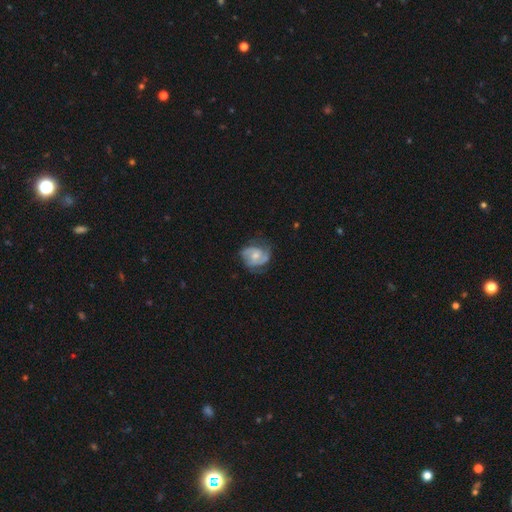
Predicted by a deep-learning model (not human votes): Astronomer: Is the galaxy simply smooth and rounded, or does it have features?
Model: featured or disk — 77%.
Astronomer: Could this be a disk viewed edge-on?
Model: no — 98%.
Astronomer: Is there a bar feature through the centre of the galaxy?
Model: no — 59% (runner-up: weak, 35%).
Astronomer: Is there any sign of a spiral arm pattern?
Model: yes — 93%.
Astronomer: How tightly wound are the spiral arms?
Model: medium — 45% (runner-up: tight, 40%).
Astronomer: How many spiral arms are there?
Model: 2 — 63%.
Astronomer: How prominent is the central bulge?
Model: moderate — 51% (runner-up: small, 40%).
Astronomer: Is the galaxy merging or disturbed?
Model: none — 64%.